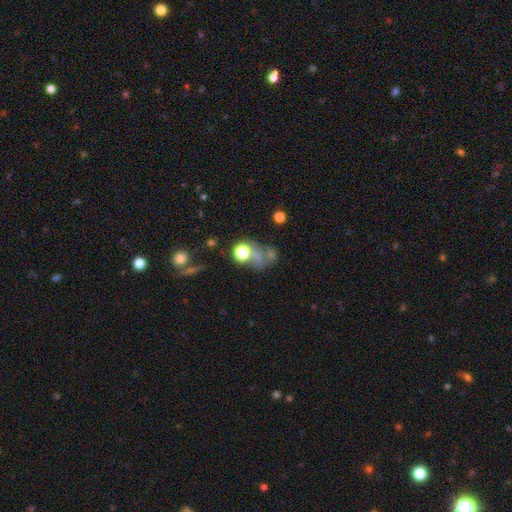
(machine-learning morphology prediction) Q: Smooth or featured?
A: smooth (45%); runner-up: star or artifact (30%)
Q: Merging?
A: none (33%); runner-up: major disturbance (27%)